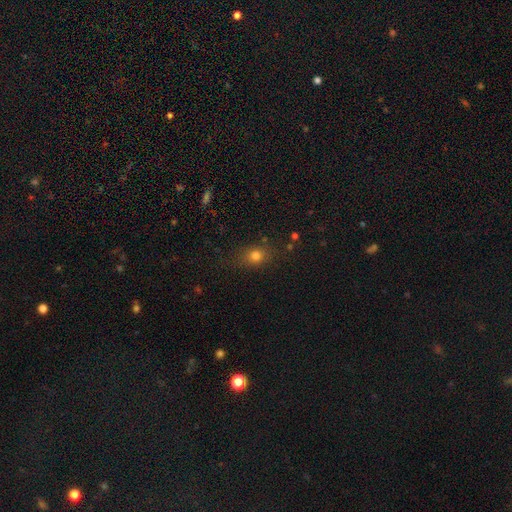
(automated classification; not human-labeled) Smooth or featured? Predicted: smooth (p=0.77). How rounded? Predicted: in between (p=0.50). Merging? Predicted: none (p=0.78).